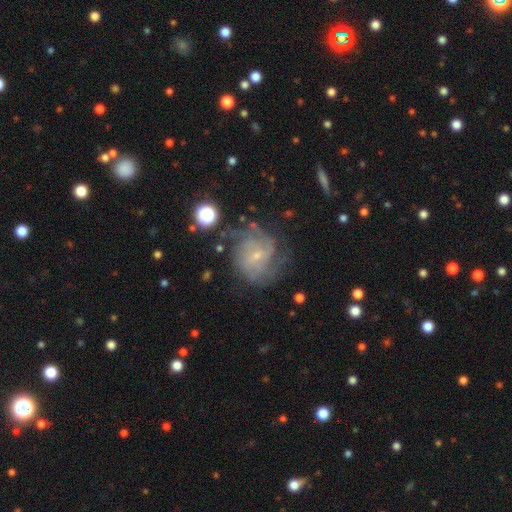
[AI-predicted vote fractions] Smooth or featured?
  - featured or disk: 79% *
  - smooth: 12%
  - star or artifact: 9%
Edge-on disk?
  - no: 98% *
  - yes: 2%
Bar?
  - no: 53% *
  - weak: 39%
  - strong: 8%
Spiral arms?
  - yes: 92% *
  - no: 8%
Spiral winding?
  - tight: 48% *
  - medium: 39%
  - loose: 13%
Spiral arm count?
  - can't tell: 38% *
  - 3: 18%
  - 2: 16%
  - 4: 15%
  - more than 4: 7%
  - 1: 6%
Bulge size?
  - small: 79% *
  - moderate: 16%
  - none: 3%
  - large: 1%
  - dominant: 1%
Merging?
  - none: 65% *
  - minor disturbance: 20%
  - major disturbance: 13%
  - merger: 3%